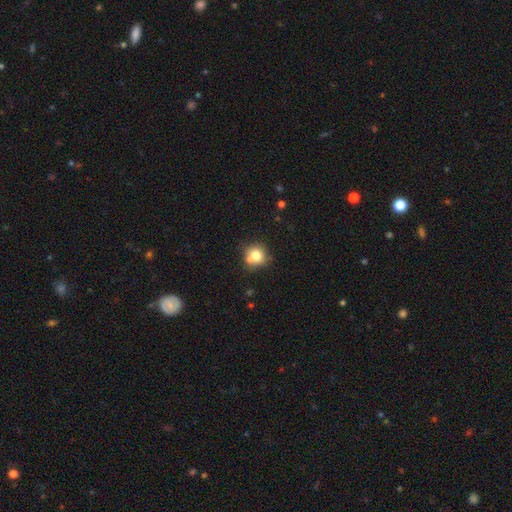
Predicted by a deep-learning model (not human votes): smooth_or_featured: smooth (p=0.75) [alt: featured or disk p=0.14]
how_rounded: round (p=0.87) [alt: in between p=0.12]
merging: none (p=0.60) [alt: merger p=0.25]